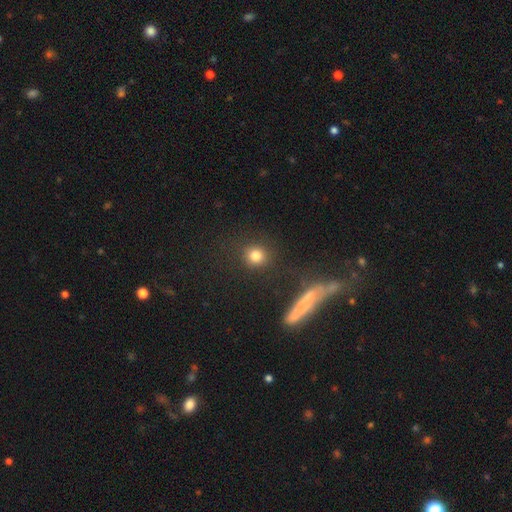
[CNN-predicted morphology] Overall: smooth (81%). How rounded: round (88%). Merging: none (87%).